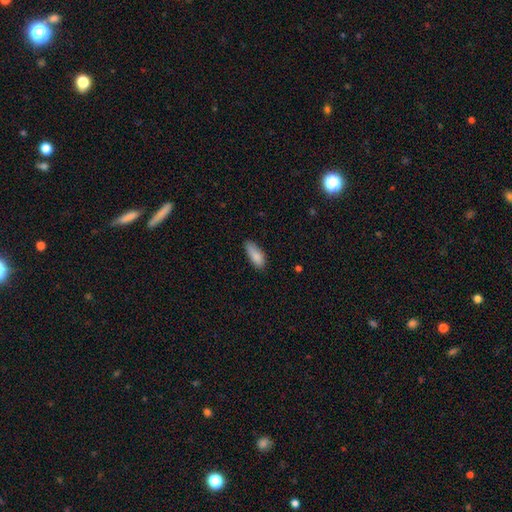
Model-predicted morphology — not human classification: Smooth or featured? smooth (86%)
How rounded? in between (71%)
Merging? none (71%)